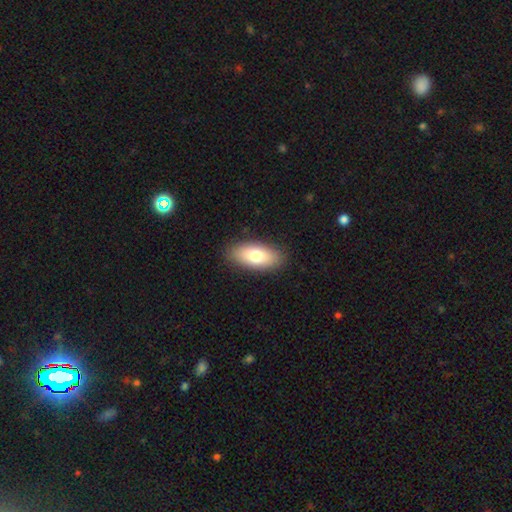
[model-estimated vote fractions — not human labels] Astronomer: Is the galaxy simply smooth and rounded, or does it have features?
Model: smooth — 77%.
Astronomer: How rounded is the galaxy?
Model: in between — 88%.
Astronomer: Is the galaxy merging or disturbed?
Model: none — 89%.